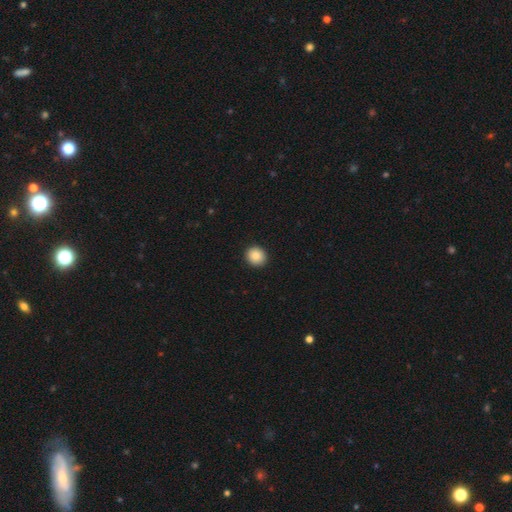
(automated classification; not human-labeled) This is clearly a smooth galaxy (88%). How rounded: clearly round (84%). Merging: clearly none (92%).